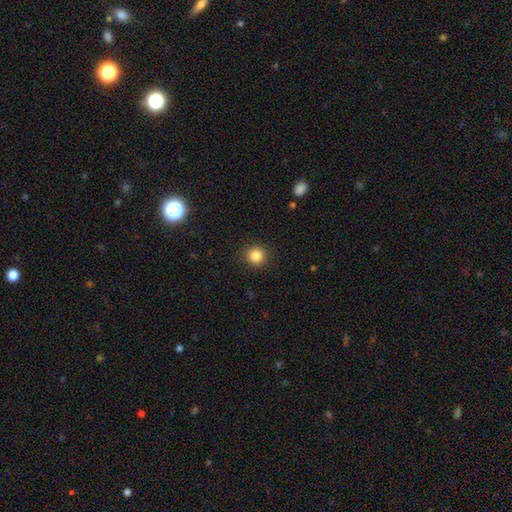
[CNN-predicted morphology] smooth_or_featured: smooth (p=0.85) [alt: star or artifact p=0.11]
how_rounded: round (p=0.92) [alt: in between p=0.07]
merging: none (p=0.90) [alt: minor disturbance p=0.06]